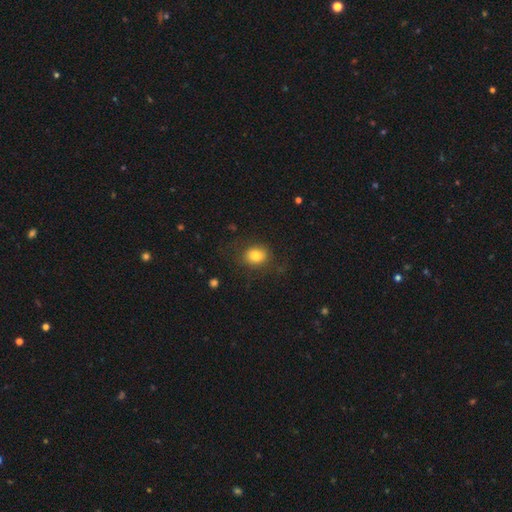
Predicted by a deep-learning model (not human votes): Smooth or featured?
  - smooth: 79% *
  - star or artifact: 11%
  - featured or disk: 11%
How rounded?
  - round: 61% *
  - in between: 39%
  - cigar-shaped: 1%
Merging?
  - none: 79% *
  - minor disturbance: 13%
  - major disturbance: 7%
  - merger: 1%